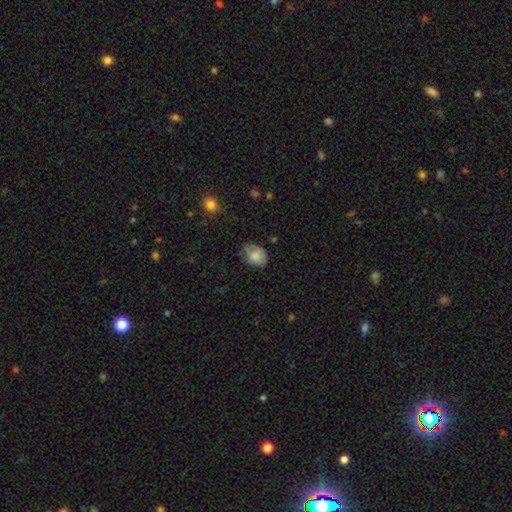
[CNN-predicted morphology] smooth 82%, featured or disk 10%, star or artifact 8%. Down the decision tree: how rounded — in between (60%); merging — none (60%).